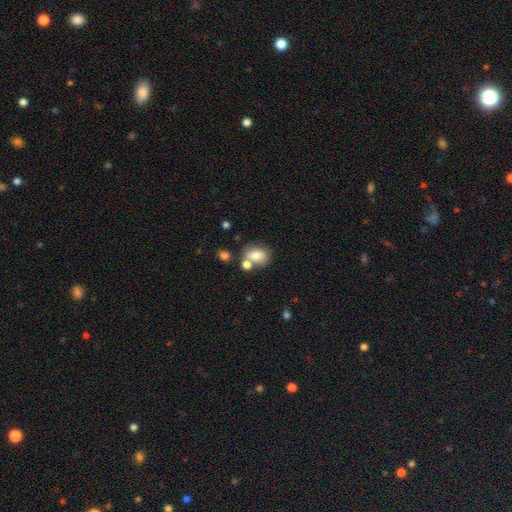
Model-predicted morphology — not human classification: smooth-or-featured: smooth: 75% | featured or disk: 15% | star or artifact: 10%
  how-rounded: in between: 56% | round: 42% | cigar-shaped: 1%
  merging: none: 54% | merger: 27% | minor disturbance: 14% | major disturbance: 5%